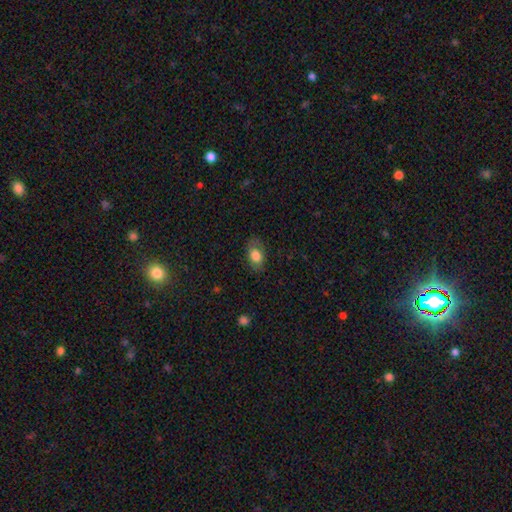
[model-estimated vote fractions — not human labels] Q: Smooth or featured?
A: smooth (75%); runner-up: featured or disk (17%)
Q: How rounded?
A: in between (88%); runner-up: round (10%)
Q: Merging?
A: none (78%); runner-up: minor disturbance (16%)